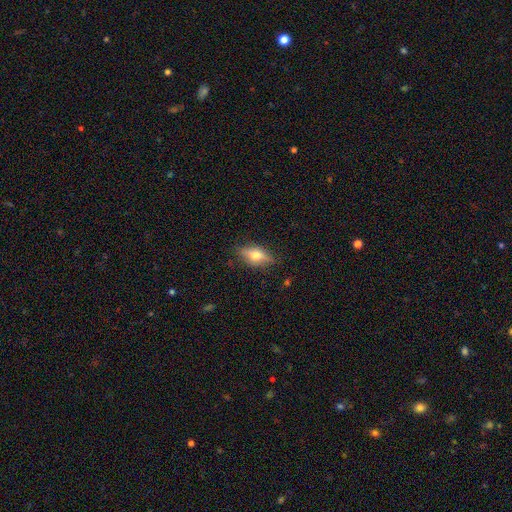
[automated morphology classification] This appears to be a smooth galaxy with no disk features (49%). Merging: none (82%).